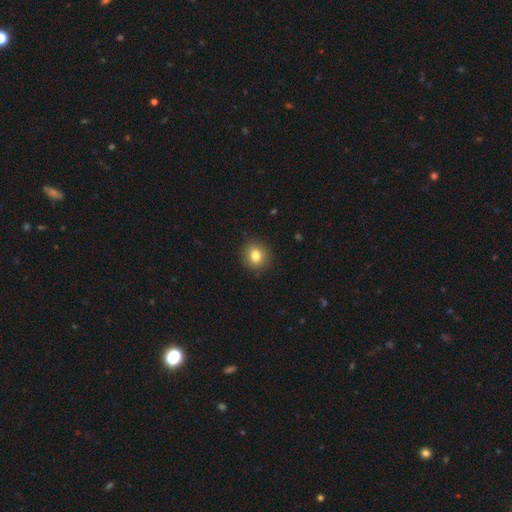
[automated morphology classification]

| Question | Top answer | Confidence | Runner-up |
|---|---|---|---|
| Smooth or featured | smooth | 81% | star or artifact (11%) |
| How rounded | round | 86% | in between (13%) |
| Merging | none | 90% | minor disturbance (7%) |